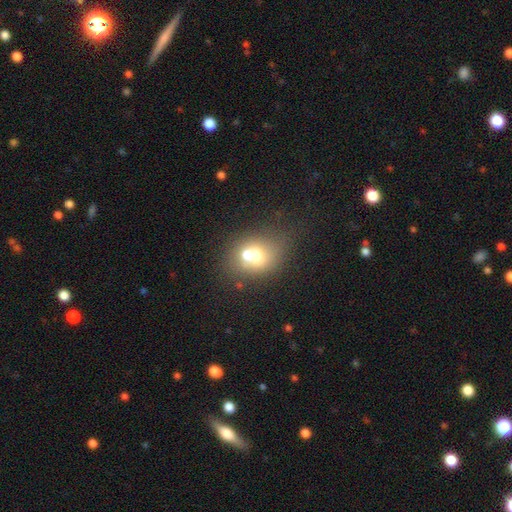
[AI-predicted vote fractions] Overall: smooth (62%; featured or disk 25%). How rounded: round (58%; in between 41%). Merging: merger (56%; none 31%).